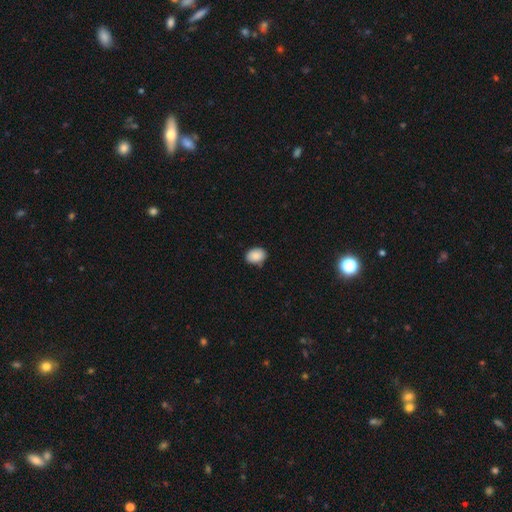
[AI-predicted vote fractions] A smooth galaxy with no disk features (89%) that is in between round and cigar-shaped (66%).

Vote fractions:
- Smooth or featured? smooth: 89% / star or artifact: 7% / featured or disk: 4%
- How rounded? in between: 66% / round: 33% / cigar-shaped: 1%
- Merging? none: 80% / minor disturbance: 16% / major disturbance: 2% / merger: 1%